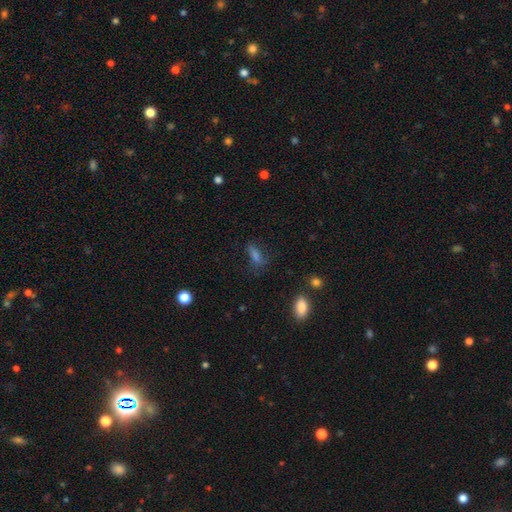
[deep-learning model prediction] Smooth or featured? smooth (60%)
How rounded? in between (60%)
Merging? none (59%)